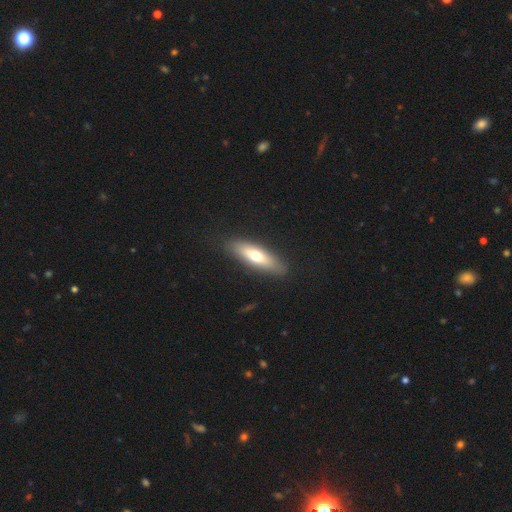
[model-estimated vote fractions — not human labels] smooth-or-featured: smooth: 63% | featured or disk: 31% | star or artifact: 6%
  how-rounded: cigar-shaped: 54% | in between: 44% | round: 2%
  merging: none: 86% | minor disturbance: 10% | major disturbance: 3% | merger: 1%